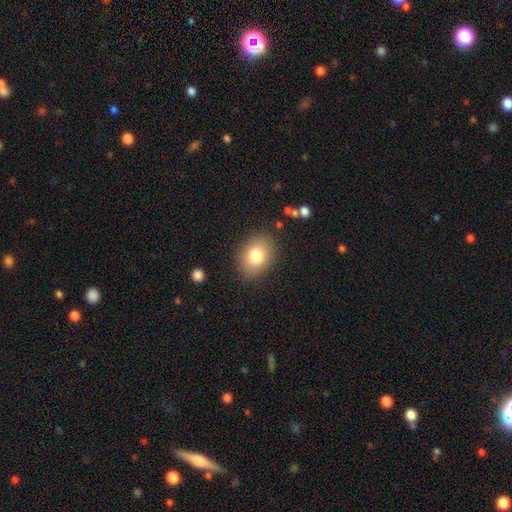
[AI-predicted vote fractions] This appears to be a smooth galaxy with no disk features (79%) that is in between round and cigar-shaped (66%). Merging: none (86%).